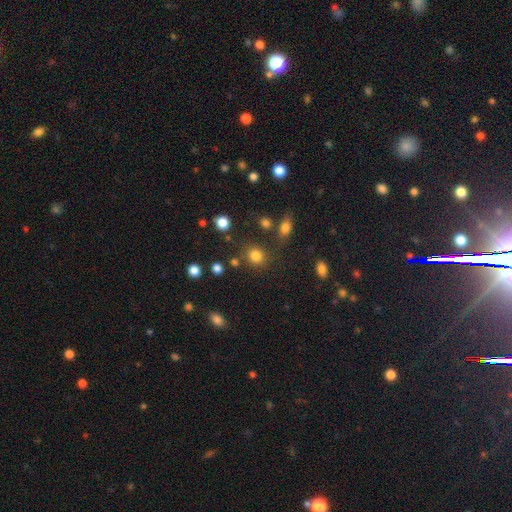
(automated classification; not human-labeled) Overall: smooth (81%). How rounded: round (83%). Merging: none (78%).